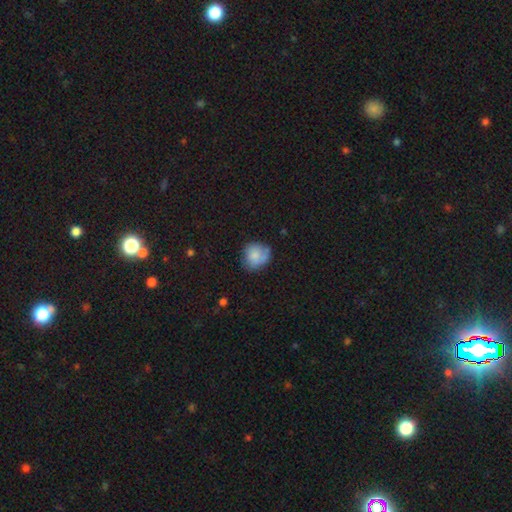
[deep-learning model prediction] This appears to be a smooth galaxy with no disk features (75%) that is round (80%). Merging: none (60%).